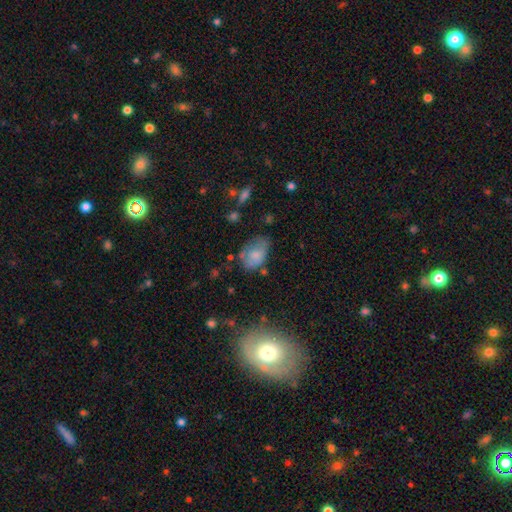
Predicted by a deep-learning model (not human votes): This appears to be a smooth galaxy with no disk features (73%) that is in between round and cigar-shaped (84%). Merging: none (45%).